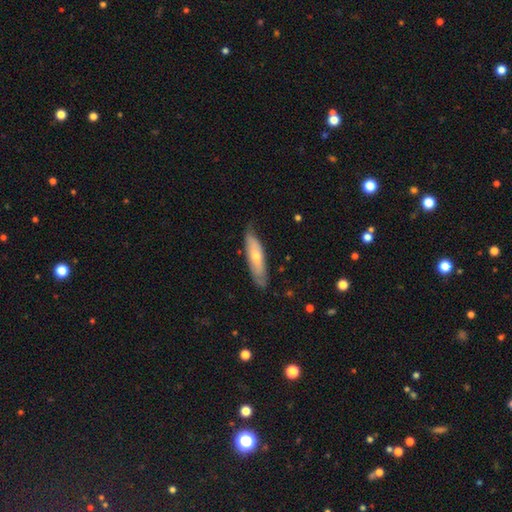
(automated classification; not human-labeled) Smooth or featured?
  - smooth: 50% *
  - featured or disk: 44%
  - star or artifact: 6%
How rounded?
  - cigar-shaped: 67% *
  - in between: 31%
  - round: 2%
Merging?
  - none: 73% *
  - minor disturbance: 22%
  - major disturbance: 4%
  - merger: 1%